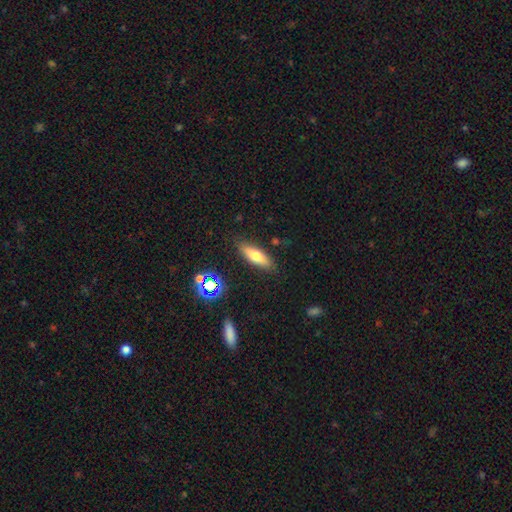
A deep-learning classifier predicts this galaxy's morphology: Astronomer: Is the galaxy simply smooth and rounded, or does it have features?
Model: smooth — 67%.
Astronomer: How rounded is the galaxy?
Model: cigar-shaped — 50% (runner-up: in between, 47%).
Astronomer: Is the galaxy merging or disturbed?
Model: none — 85%.